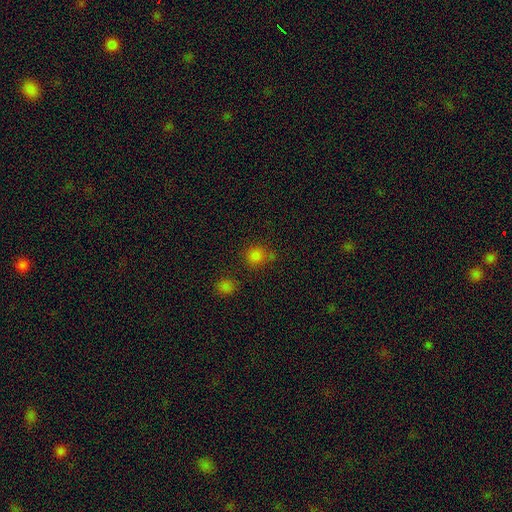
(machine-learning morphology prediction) Smooth or featured? Predicted: smooth (p=0.78). How rounded? Predicted: round (p=0.86). Merging? Predicted: none (p=0.66).